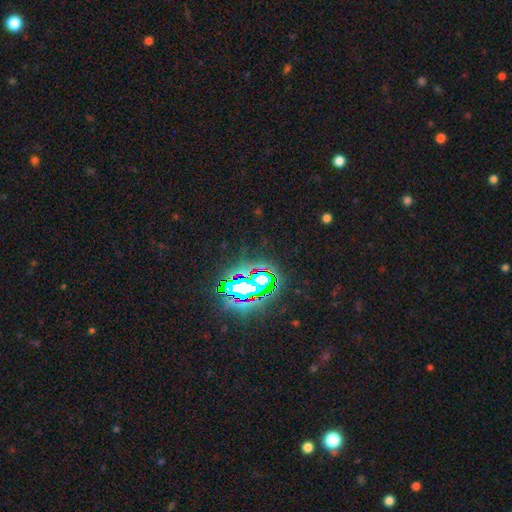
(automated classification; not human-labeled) Smooth or featured? star or artifact (80%)